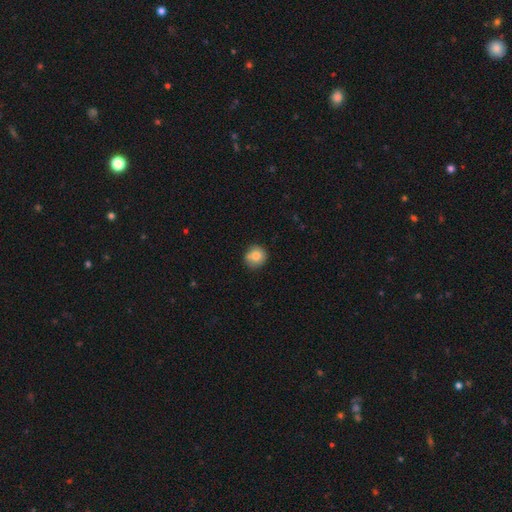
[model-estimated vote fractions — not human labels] The model was most divided on "merging": none: 71%, minor disturbance: 17%, merger: 9%, major disturbance: 3%. More confident: how rounded — round (89%); smooth or featured — smooth (79%).